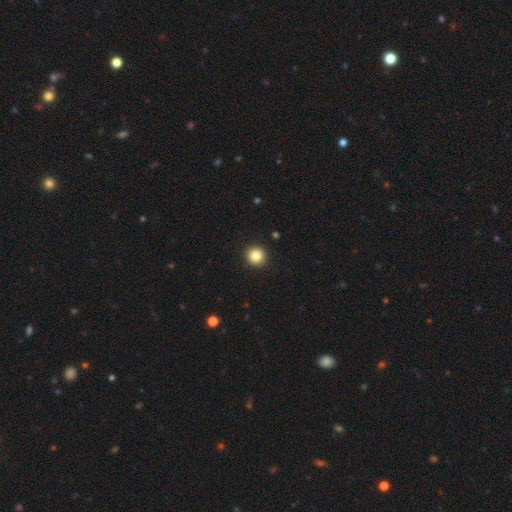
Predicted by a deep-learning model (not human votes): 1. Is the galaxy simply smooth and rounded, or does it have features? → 84% smooth, 10% star or artifact, 6% featured or disk.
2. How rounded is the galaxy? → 95% round, 4% in between, 1% cigar-shaped.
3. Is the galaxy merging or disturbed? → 93% none, 4% minor disturbance, 1% major disturbance, 1% merger.